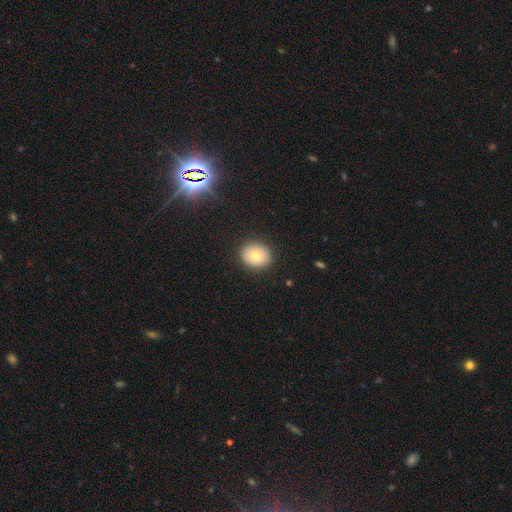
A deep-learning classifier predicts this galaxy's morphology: A smooth galaxy with no disk features (76%) that is round (68%). Merging: none (88%).